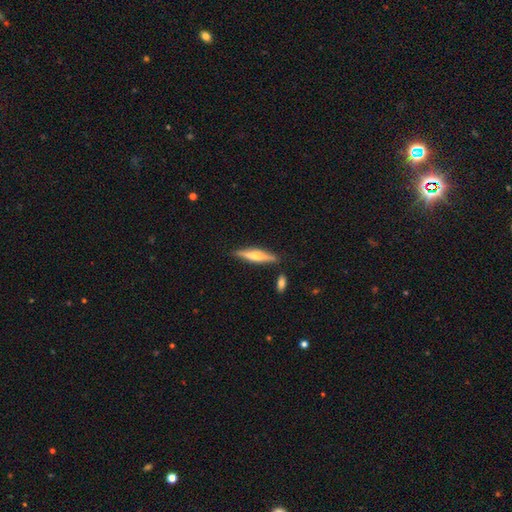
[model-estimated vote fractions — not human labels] Morphology: type=featured or disk (54%); edge-on=yes (96%); edge-on bulge=rounded (80%); merging=none (84%).